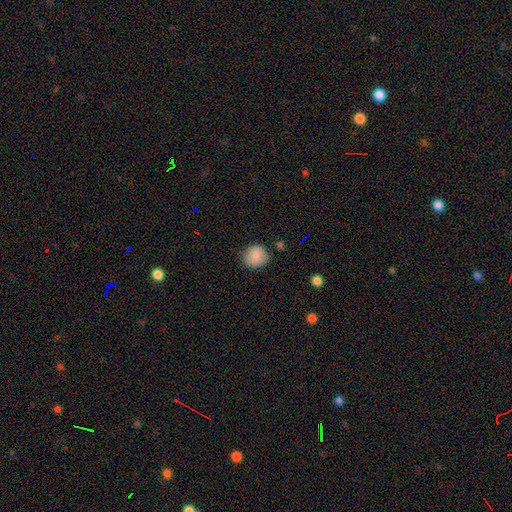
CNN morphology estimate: Overall: smooth (84%). How rounded: round (81%). Merging: none (74%).